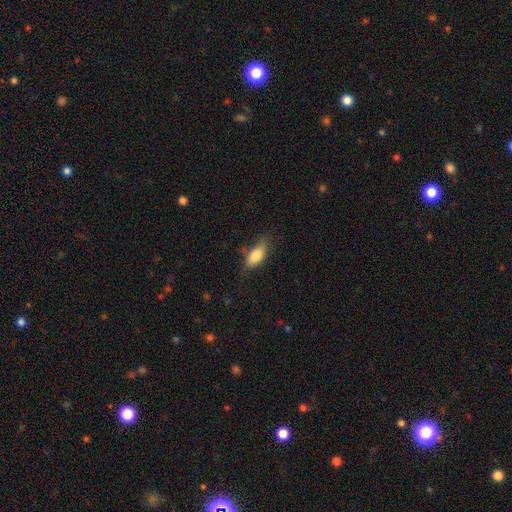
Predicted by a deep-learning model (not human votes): Overall: smooth (77%). How rounded: in between (80%). Merging: none (65%).